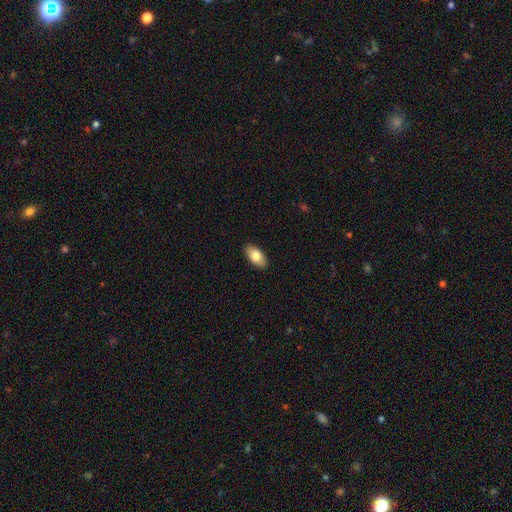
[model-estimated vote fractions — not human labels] A smooth galaxy with no disk features (79%) that is in between round and cigar-shaped (93%).

Vote fractions:
- Smooth or featured? smooth: 79% / featured or disk: 15% / star or artifact: 6%
- How rounded? in between: 93% / cigar-shaped: 3% / round: 3%
- Merging? none: 90% / minor disturbance: 7% / major disturbance: 2% / merger: 1%